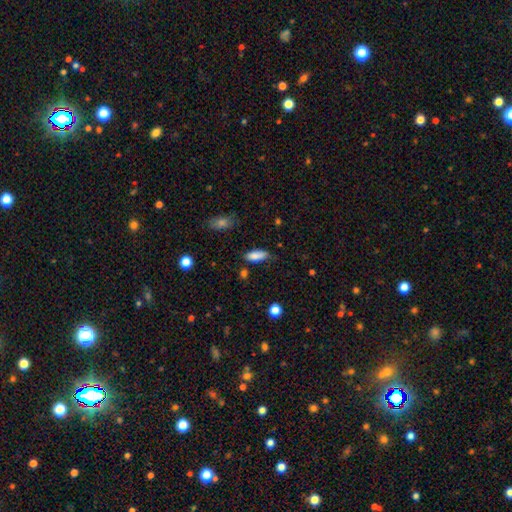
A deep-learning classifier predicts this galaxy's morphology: smooth 85%, featured or disk 7%, star or artifact 7%. Down the decision tree: how rounded — in between (79%); merging — none (65%).